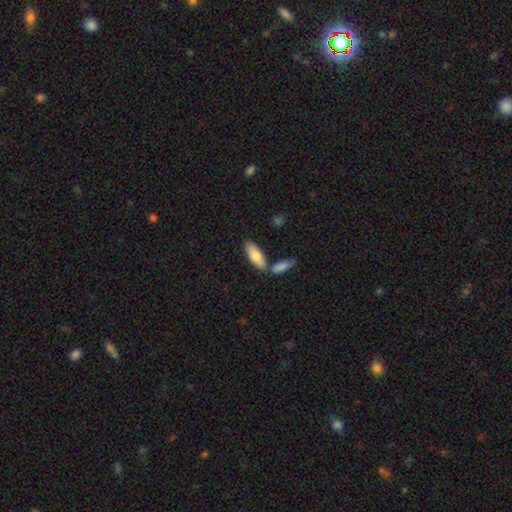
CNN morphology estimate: Smooth or featured: smooth — 78% (featured or disk — 16%)
How rounded: in between — 69% (cigar-shaped — 28%)
Merging: none — 66% (merger — 20%)